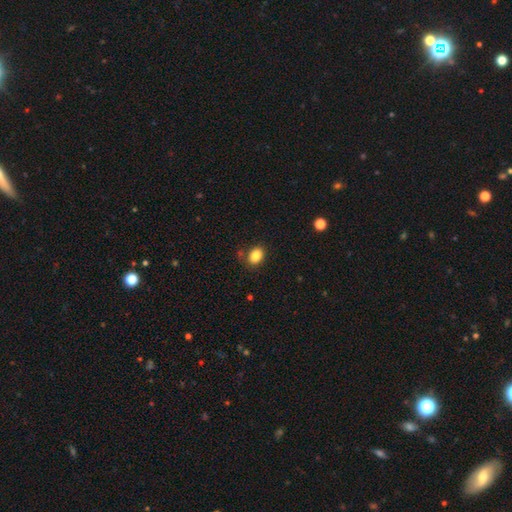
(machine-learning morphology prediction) Overall: smooth (85%). How rounded: in between (72%). Merging: none (81%).